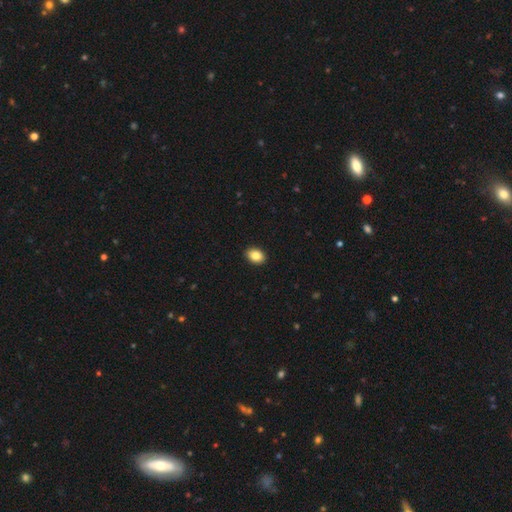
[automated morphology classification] Smooth or featured?
  - smooth: 86% *
  - star or artifact: 8%
  - featured or disk: 6%
How rounded?
  - in between: 73% *
  - round: 26%
  - cigar-shaped: 1%
Merging?
  - none: 92% *
  - minor disturbance: 6%
  - major disturbance: 1%
  - merger: 1%